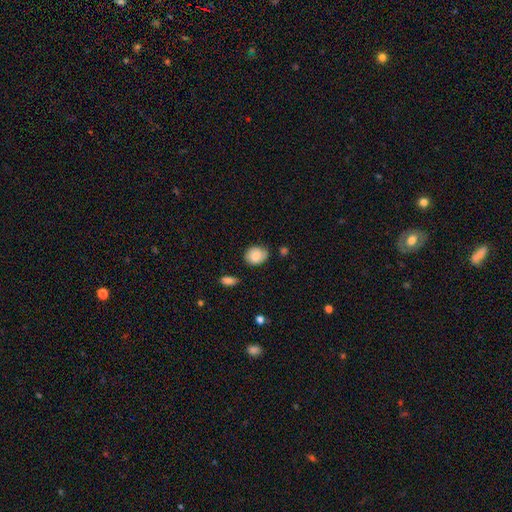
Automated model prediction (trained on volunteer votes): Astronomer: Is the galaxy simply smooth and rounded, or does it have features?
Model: smooth — 80%.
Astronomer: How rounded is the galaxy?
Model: in between — 51% (runner-up: round, 48%).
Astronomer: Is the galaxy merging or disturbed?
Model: none — 72%.